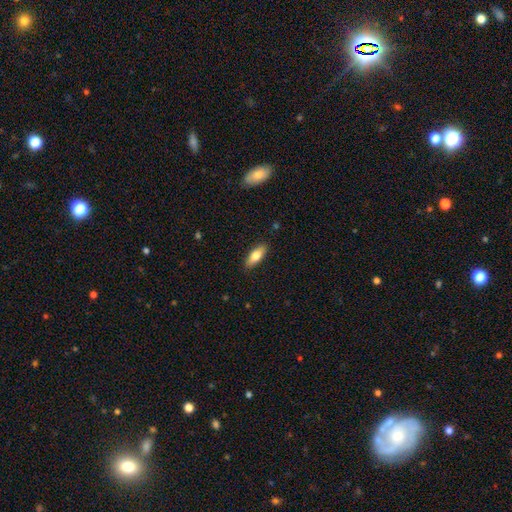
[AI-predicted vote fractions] smooth 74%, featured or disk 19%, star or artifact 6%. Down the decision tree: how rounded — in between (69%); merging — none (88%).